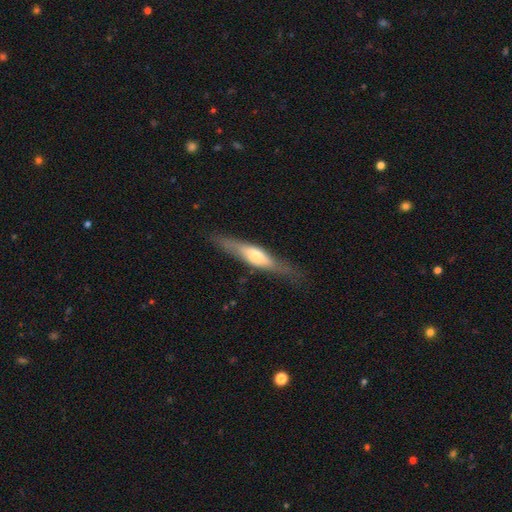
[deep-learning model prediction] A featured or disk galaxy (52%) viewed edge-on (84%).

Vote fractions:
- Smooth or featured? featured or disk: 52% / smooth: 42% / star or artifact: 6%
- Edge-on disk? yes: 84% / no: 16%
- Merging? none: 77% / minor disturbance: 17% / major disturbance: 5% / merger: 1%